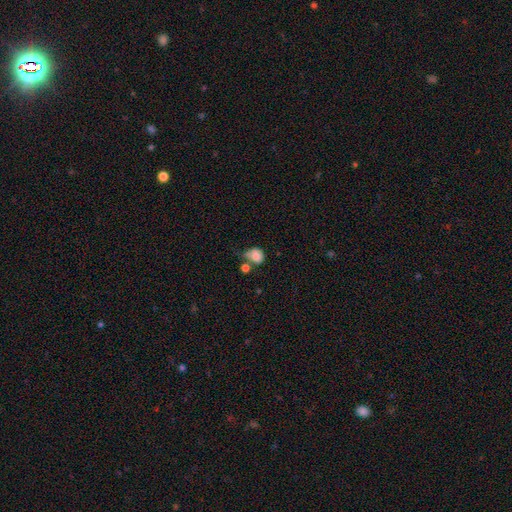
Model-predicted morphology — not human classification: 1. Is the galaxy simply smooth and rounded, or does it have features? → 77% smooth, 13% featured or disk, 10% star or artifact.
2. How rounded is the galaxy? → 60% round, 39% in between, 1% cigar-shaped.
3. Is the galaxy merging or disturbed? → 37% none, 27% minor disturbance, 23% merger, 13% major disturbance.